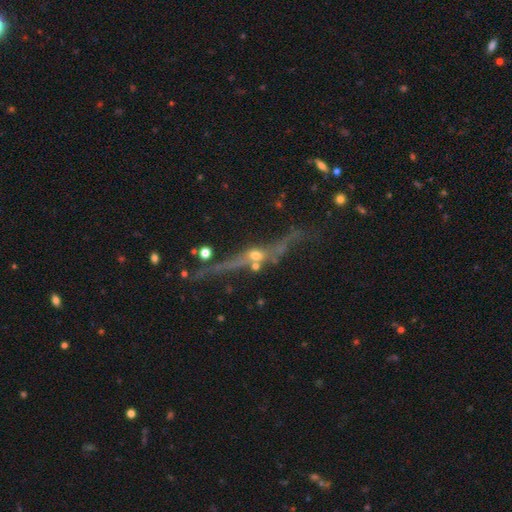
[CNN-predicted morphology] Smooth or featured? featured or disk (70%)
Edge-on disk? yes (76%)
Edge-on bulge? rounded (85%)
Merging? none (55%)